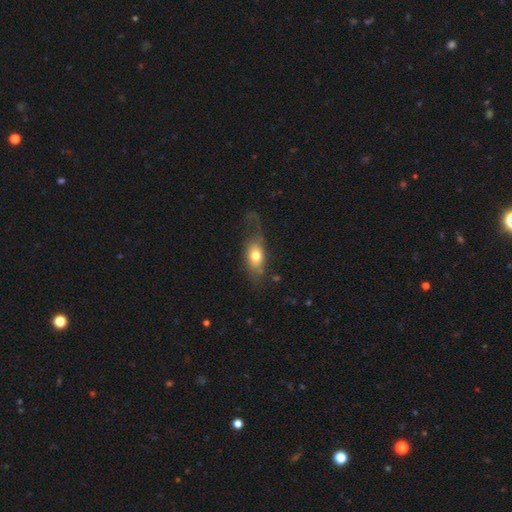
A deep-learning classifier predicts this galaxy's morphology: The model was most divided on "merging": none: 39%, major disturbance: 34%, minor disturbance: 24%, merger: 3%. More confident: how rounded — in between (78%); smooth or featured — smooth (65%).